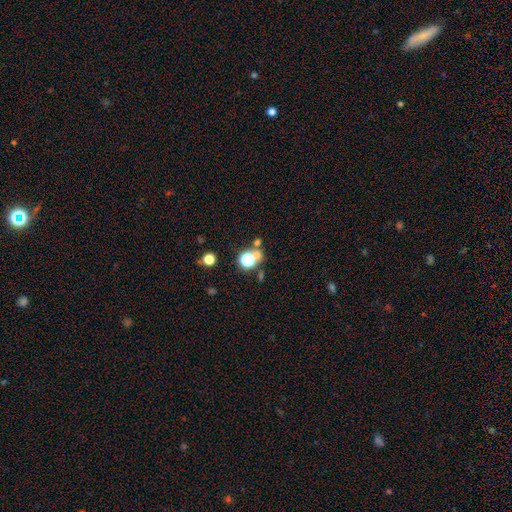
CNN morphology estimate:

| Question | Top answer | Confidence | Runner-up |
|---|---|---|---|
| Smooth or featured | smooth | 52% | star or artifact (37%) |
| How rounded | round | 78% | in between (21%) |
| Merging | none | 55% | merger (30%) |